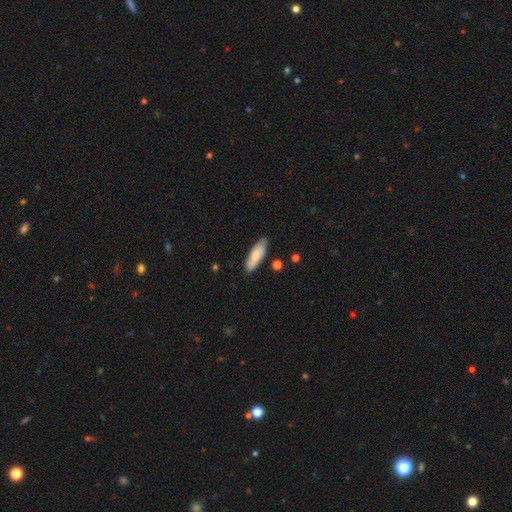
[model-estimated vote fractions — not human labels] Morphology: type=smooth (79%); roundness=in between (55%); merging=none (81%).